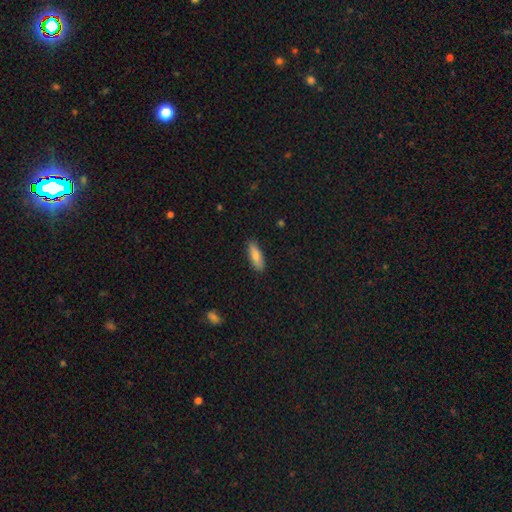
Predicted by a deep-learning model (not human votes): smooth_or_featured: smooth (p=0.84) [alt: featured or disk p=0.10]
how_rounded: in between (p=0.58) [alt: cigar-shaped p=0.40]
merging: none (p=0.87) [alt: minor disturbance p=0.10]